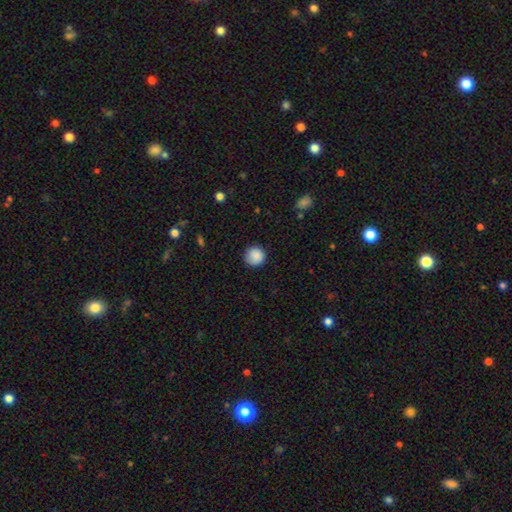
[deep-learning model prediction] A smooth galaxy with no disk features (88%) that is round (94%).

Vote fractions:
- Smooth or featured? smooth: 88% / star or artifact: 8% / featured or disk: 3%
- How rounded? round: 94% / in between: 5% / cigar-shaped: 1%
- Merging? none: 87% / minor disturbance: 9% / major disturbance: 2% / merger: 1%